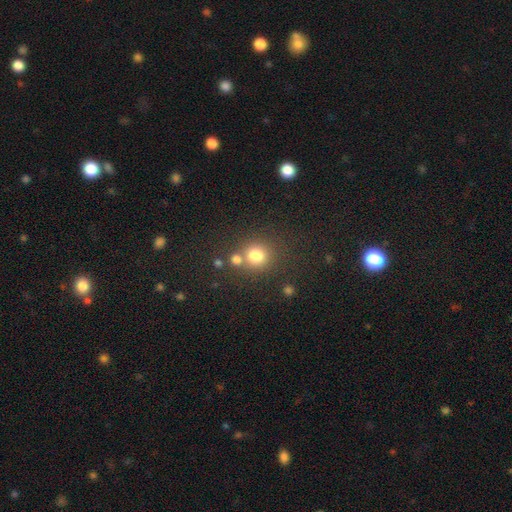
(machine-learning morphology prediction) Smooth or featured? Predicted: smooth (p=0.77). How rounded? Predicted: round (p=0.88). Merging? Predicted: none (p=0.64).